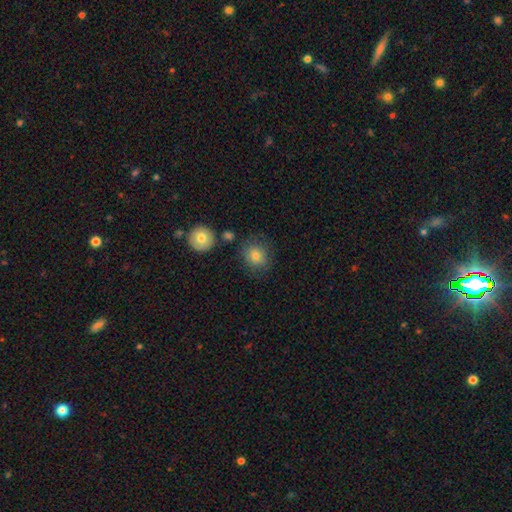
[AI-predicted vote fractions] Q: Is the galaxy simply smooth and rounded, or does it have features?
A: smooth — 76%.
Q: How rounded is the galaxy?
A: round — 79%.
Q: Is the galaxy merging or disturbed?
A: none — 78%.